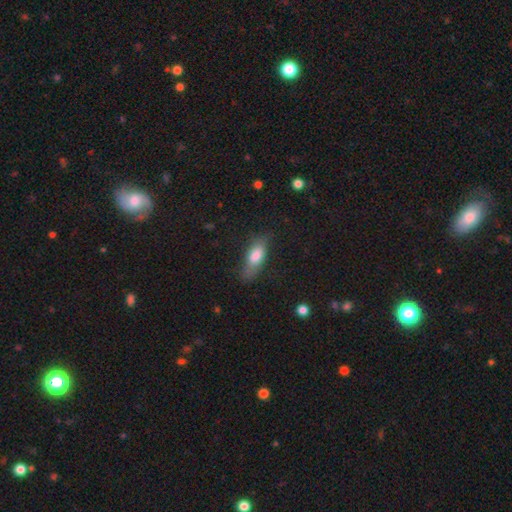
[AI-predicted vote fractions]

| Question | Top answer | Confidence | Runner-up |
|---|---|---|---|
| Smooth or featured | smooth | 73% | featured or disk (20%) |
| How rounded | in between | 66% | cigar-shaped (30%) |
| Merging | none | 70% | minor disturbance (21%) |